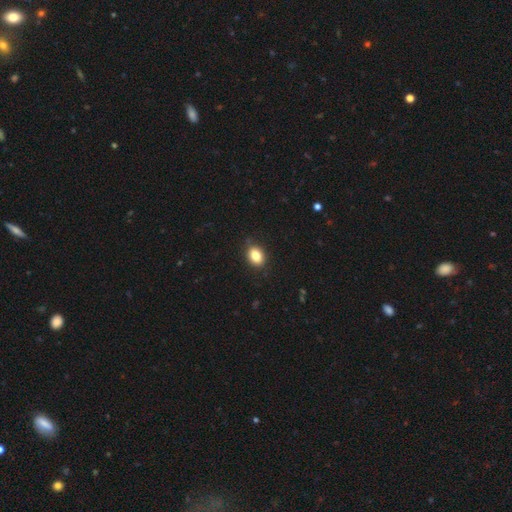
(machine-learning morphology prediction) This appears to be a smooth galaxy with no disk features (84%) that is in between round and cigar-shaped (76%). Merging: none (86%).